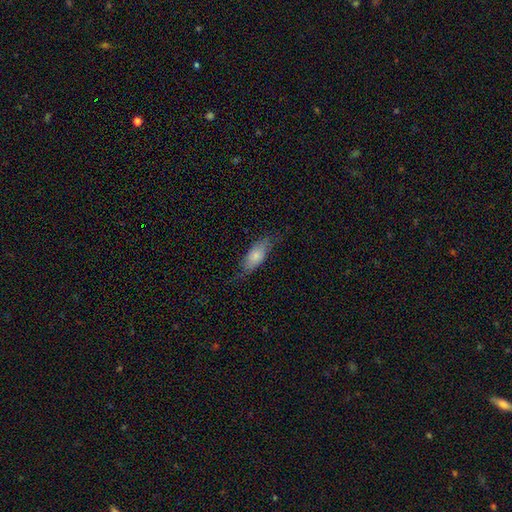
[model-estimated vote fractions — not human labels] Morphology: type=smooth (73%); roundness=in between (78%); merging=none (65%).